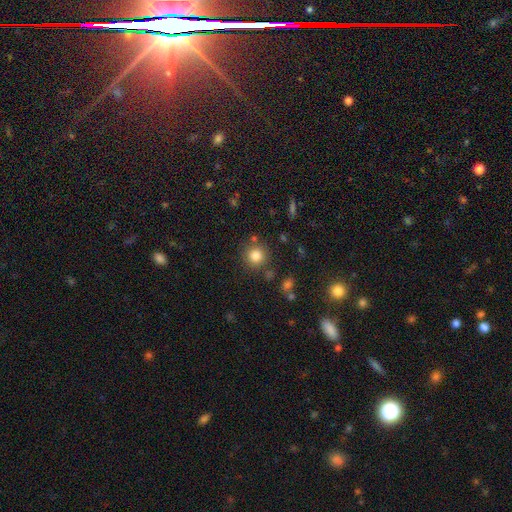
A smooth galaxy with no disk features (86%) that is round (97%). Merging: none (88%).